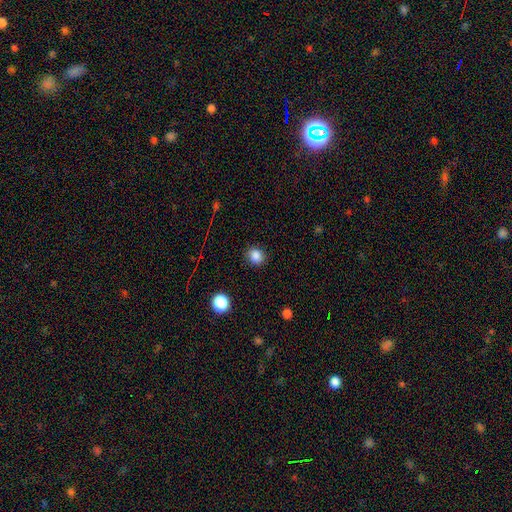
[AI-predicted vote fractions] smooth 85%, star or artifact 11%, featured or disk 4%. Down the decision tree: how rounded — round (74%); merging — none (88%).